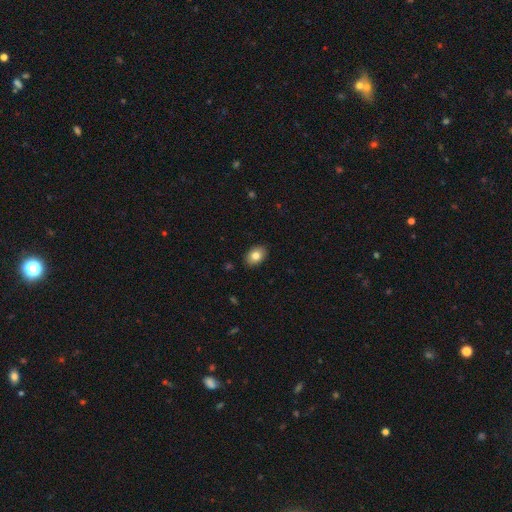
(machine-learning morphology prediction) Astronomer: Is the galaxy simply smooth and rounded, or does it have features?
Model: smooth — 82%.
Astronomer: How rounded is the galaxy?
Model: in between — 78%.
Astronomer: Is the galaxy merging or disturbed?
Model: none — 89%.